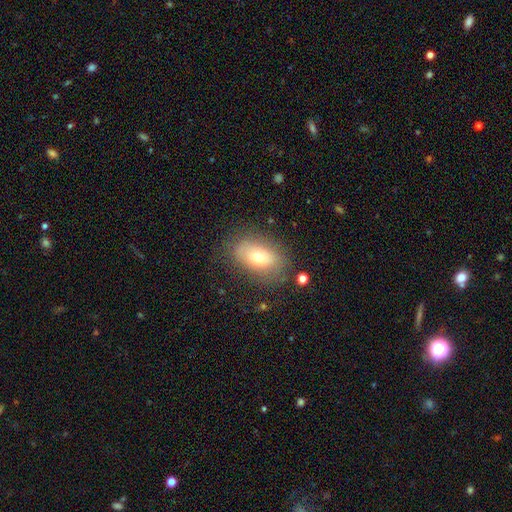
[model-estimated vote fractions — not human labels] smooth 61%, featured or disk 27%, star or artifact 11%. Down the decision tree: how rounded — in between (85%); merging — none (77%).